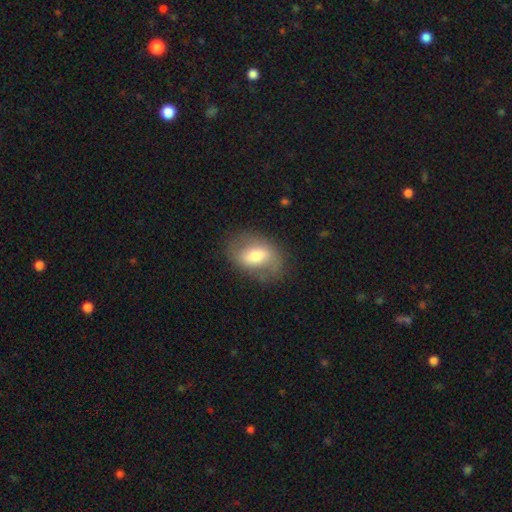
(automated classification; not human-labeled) Smooth or featured? smooth (53%)
How rounded? in between (81%)
Merging? none (71%)